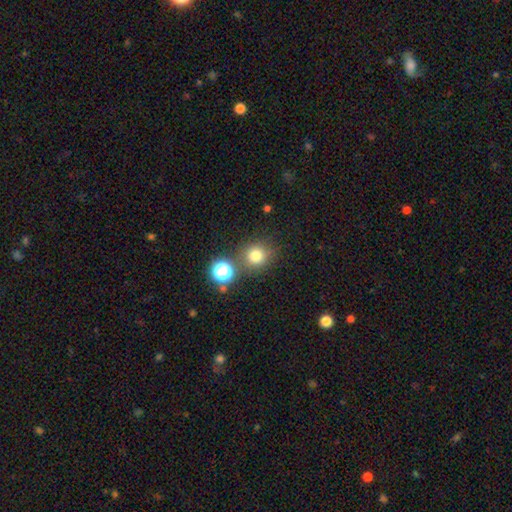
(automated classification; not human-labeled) The model was most divided on "smooth or featured": smooth: 75%, star or artifact: 17%, featured or disk: 8%. More confident: how rounded — round (89%); merging — none (75%).